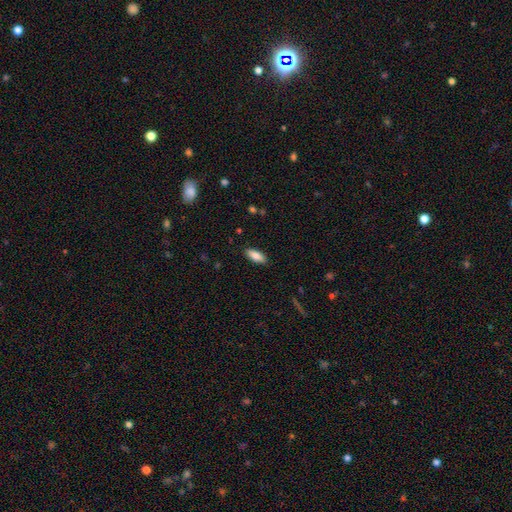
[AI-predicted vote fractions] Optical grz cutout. It shows a smooth galaxy with no disk features (84%) that is in between round and cigar-shaped (79%). Merging: none (88%).